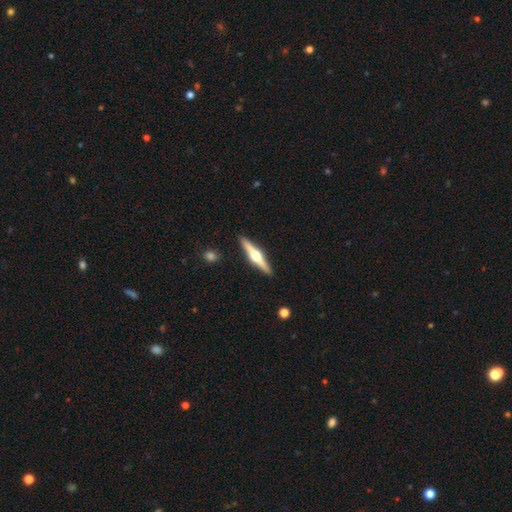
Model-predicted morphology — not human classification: Smooth or featured?
  - featured or disk: 75% *
  - smooth: 20%
  - star or artifact: 5%
Edge-on disk?
  - yes: 98% *
  - no: 2%
Edge-on bulge?
  - rounded: 95% *
  - boxy: 3%
  - none: 2%
Merging?
  - none: 91% *
  - minor disturbance: 6%
  - major disturbance: 1%
  - merger: 1%